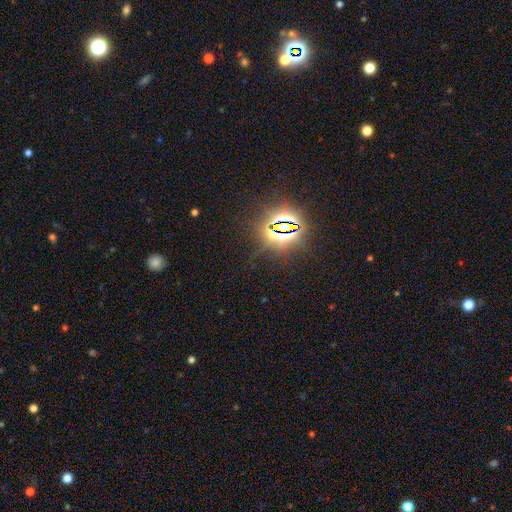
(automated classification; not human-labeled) A star or artifact, not a galaxy (83%).

Vote fractions:
- Smooth or featured? star or artifact: 83% / smooth: 9% / featured or disk: 7%